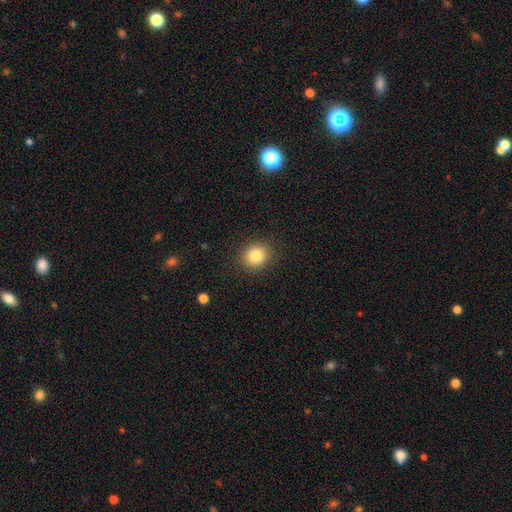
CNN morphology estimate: smooth-or-featured: smooth: 84% | star or artifact: 10% | featured or disk: 6%
  how-rounded: round: 82% | in between: 17% | cigar-shaped: 1%
  merging: none: 89% | minor disturbance: 7% | major disturbance: 3% | merger: 1%